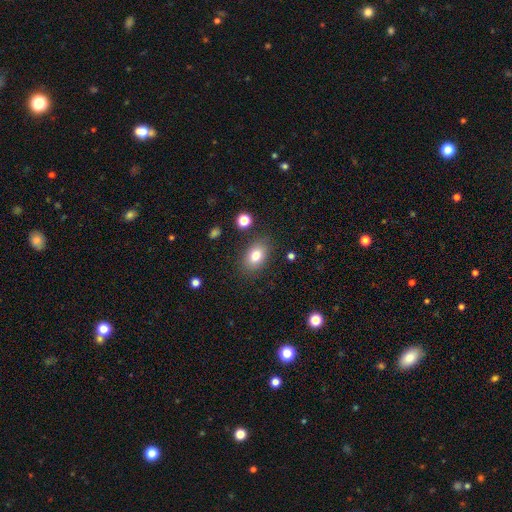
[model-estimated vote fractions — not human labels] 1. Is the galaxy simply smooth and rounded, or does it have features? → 79% smooth, 11% featured or disk, 10% star or artifact.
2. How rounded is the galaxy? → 79% in between, 20% round, 1% cigar-shaped.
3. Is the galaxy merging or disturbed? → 84% none, 11% minor disturbance, 3% major disturbance, 2% merger.